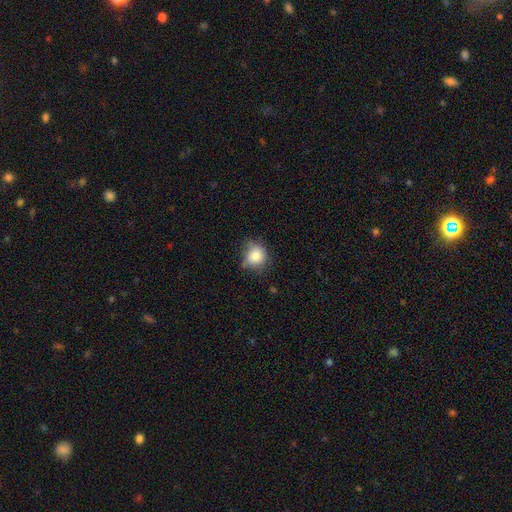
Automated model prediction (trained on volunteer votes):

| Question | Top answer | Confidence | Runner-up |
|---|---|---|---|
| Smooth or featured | smooth | 80% | star or artifact (10%) |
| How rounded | round | 82% | in between (17%) |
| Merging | none | 60% | minor disturbance (30%) |